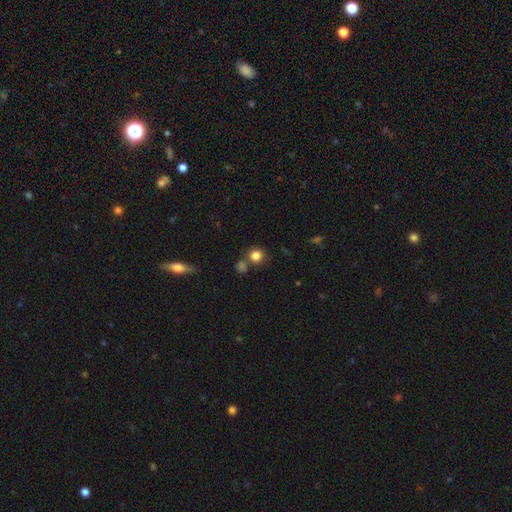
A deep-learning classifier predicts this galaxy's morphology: smooth 82%, star or artifact 12%, featured or disk 6%. Down the decision tree: how rounded — round (88%); merging — none (70%).